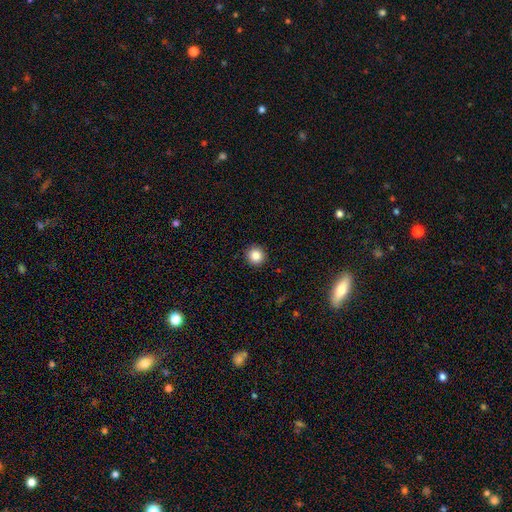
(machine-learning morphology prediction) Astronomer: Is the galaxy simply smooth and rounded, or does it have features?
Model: smooth — 86%.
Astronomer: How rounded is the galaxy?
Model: round — 95%.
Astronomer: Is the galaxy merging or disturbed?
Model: none — 93%.